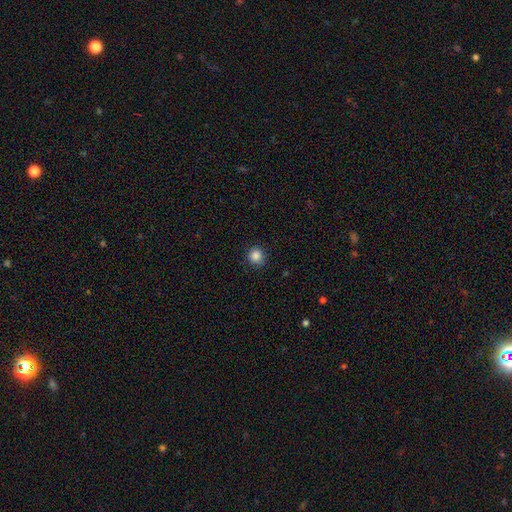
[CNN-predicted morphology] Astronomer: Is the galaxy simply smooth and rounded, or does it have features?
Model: smooth — 86%.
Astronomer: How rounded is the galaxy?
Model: round — 91%.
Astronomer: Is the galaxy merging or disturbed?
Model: none — 88%.